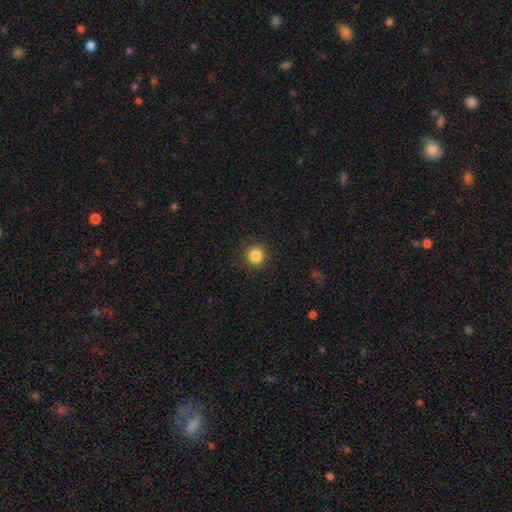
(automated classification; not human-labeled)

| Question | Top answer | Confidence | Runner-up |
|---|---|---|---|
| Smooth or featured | smooth | 85% | star or artifact (11%) |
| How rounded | round | 94% | in between (5%) |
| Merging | none | 90% | minor disturbance (6%) |